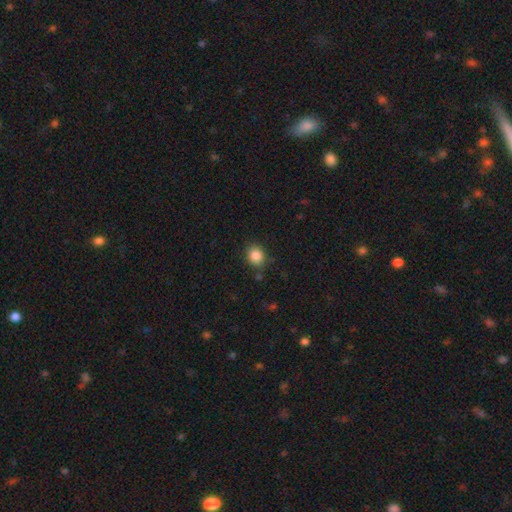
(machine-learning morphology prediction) This is clearly a smooth galaxy (86%). How rounded: likely round (67%). Merging: clearly none (84%).